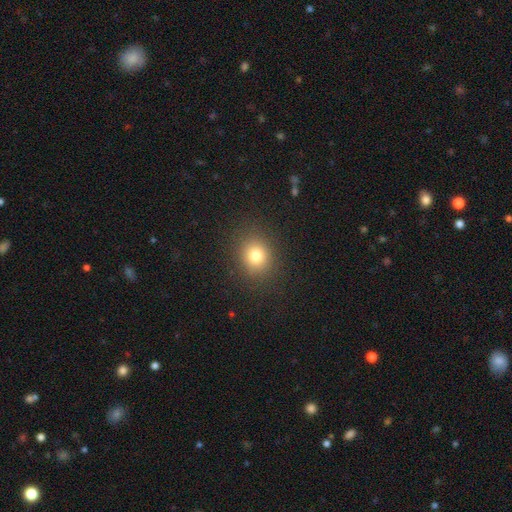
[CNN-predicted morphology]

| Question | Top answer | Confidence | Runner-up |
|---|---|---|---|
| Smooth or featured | smooth | 79% | star or artifact (14%) |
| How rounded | round | 72% | in between (27%) |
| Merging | none | 88% | minor disturbance (8%) |